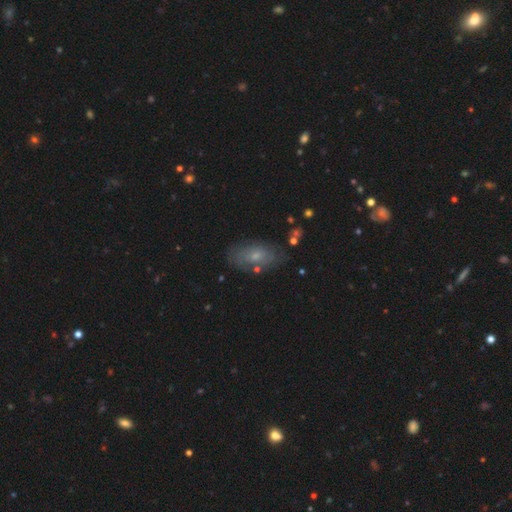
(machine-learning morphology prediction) A smooth galaxy with no disk features (51%) that is in between round and cigar-shaped (89%). Merging: none (72%).